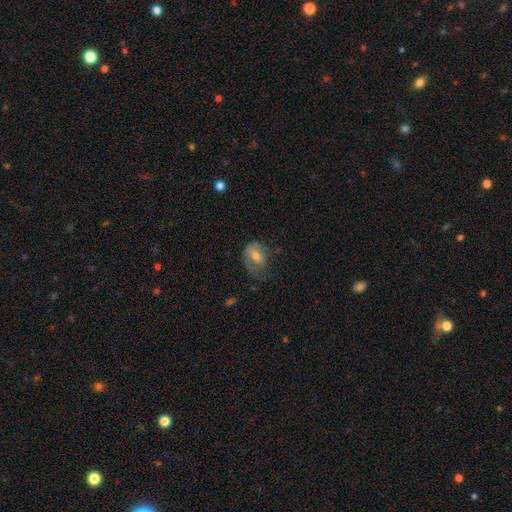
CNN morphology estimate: Smooth or featured: smooth — 53% (featured or disk — 39%)
How rounded: in between — 74% (round — 24%)
Merging: none — 36% (major disturbance — 34%)